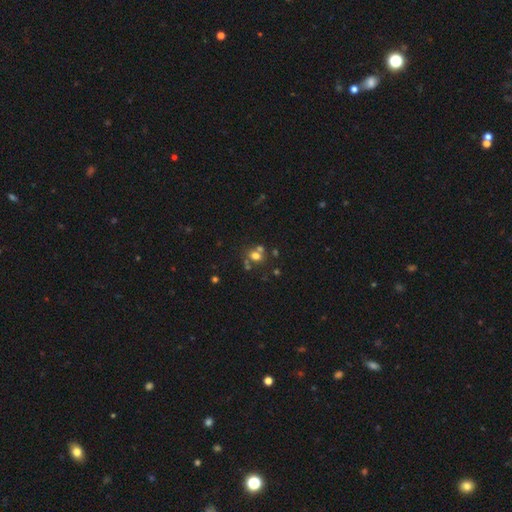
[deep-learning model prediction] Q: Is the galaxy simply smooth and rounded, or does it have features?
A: smooth — 64%.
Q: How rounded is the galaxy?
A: round — 69%.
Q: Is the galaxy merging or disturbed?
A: none — 52%.